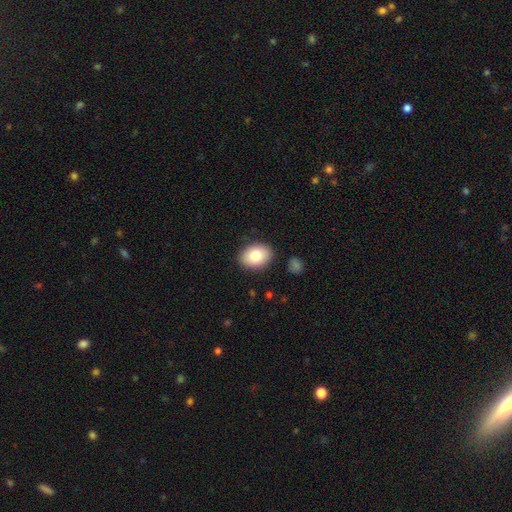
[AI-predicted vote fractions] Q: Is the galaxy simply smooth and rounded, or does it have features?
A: smooth — 81%.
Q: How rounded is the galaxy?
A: in between — 74%.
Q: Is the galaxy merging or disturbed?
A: none — 87%.